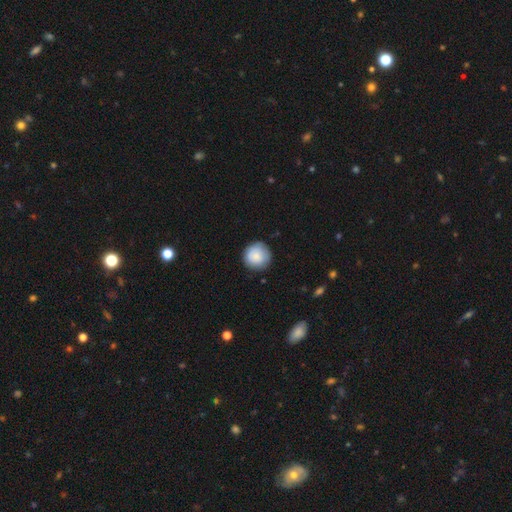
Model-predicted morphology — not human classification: smooth 82%, featured or disk 11%, star or artifact 7%. Down the decision tree: how rounded — round (94%); merging — none (83%).